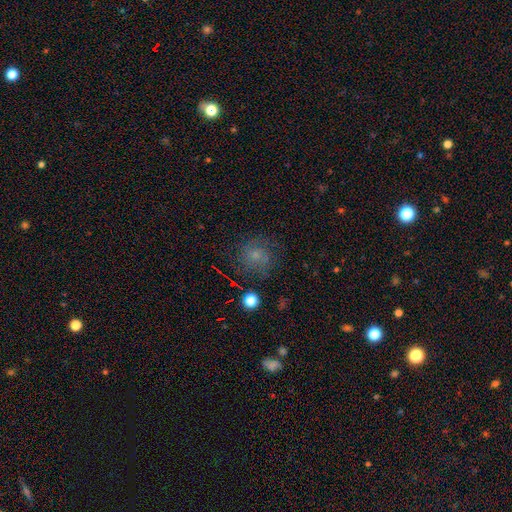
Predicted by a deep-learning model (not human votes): The model was most divided on "smooth or featured": smooth: 50%, featured or disk: 32%, star or artifact: 18%. More confident: how rounded — round (87%); merging — none (71%).